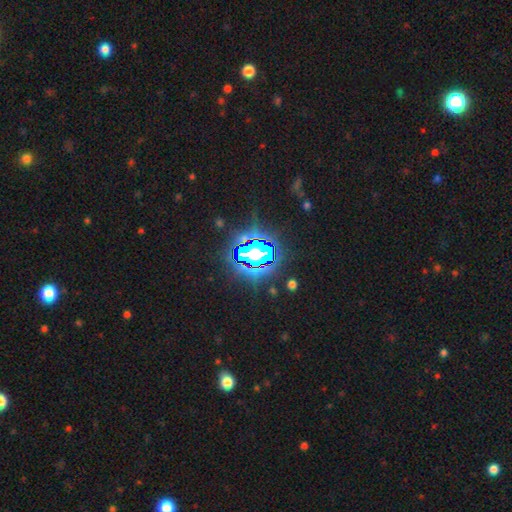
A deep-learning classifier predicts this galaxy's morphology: Smooth or featured: star or artifact — 79% (smooth — 11%)